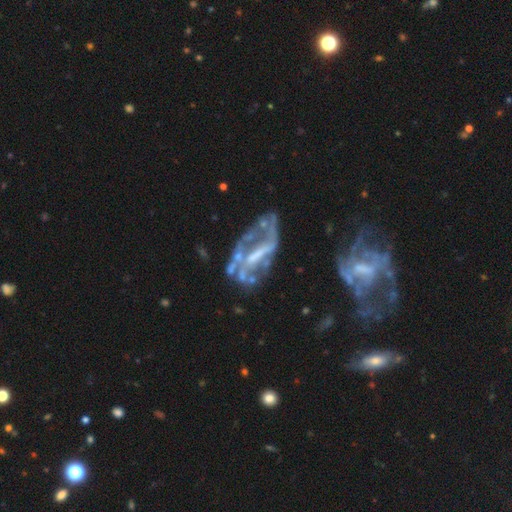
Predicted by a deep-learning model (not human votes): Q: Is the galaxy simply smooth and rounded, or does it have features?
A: featured or disk — 77%.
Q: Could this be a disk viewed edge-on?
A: no — 93%.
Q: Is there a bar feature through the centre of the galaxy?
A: no — 35%.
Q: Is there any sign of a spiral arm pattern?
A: no — 56%.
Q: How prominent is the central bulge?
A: none — 39%.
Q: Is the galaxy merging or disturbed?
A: none — 33%.